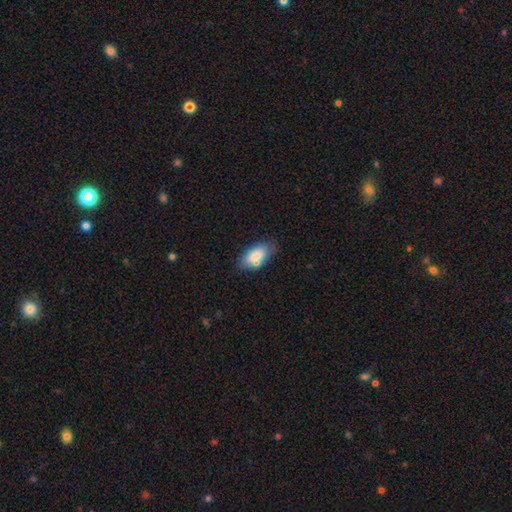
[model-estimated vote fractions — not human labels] smooth 82%, featured or disk 11%, star or artifact 7%. Down the decision tree: how rounded — in between (91%); merging — none (69%).